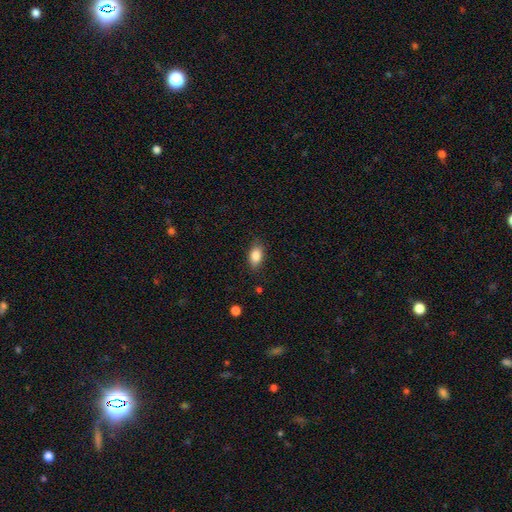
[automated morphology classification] A smooth galaxy with no disk features (85%) that is in between round and cigar-shaped (86%).

Vote fractions:
- Smooth or featured? smooth: 85% / star or artifact: 8% / featured or disk: 7%
- How rounded? in between: 86% / round: 10% / cigar-shaped: 4%
- Merging? none: 81% / minor disturbance: 14% / major disturbance: 3% / merger: 1%